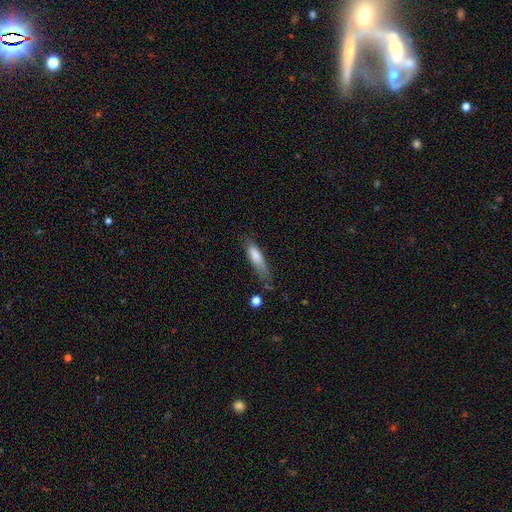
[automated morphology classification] The model was most divided on "merging": none: 55%, minor disturbance: 30%, major disturbance: 11%, merger: 4%. More confident: smooth or featured — smooth (77%); how rounded — cigar-shaped (68%).